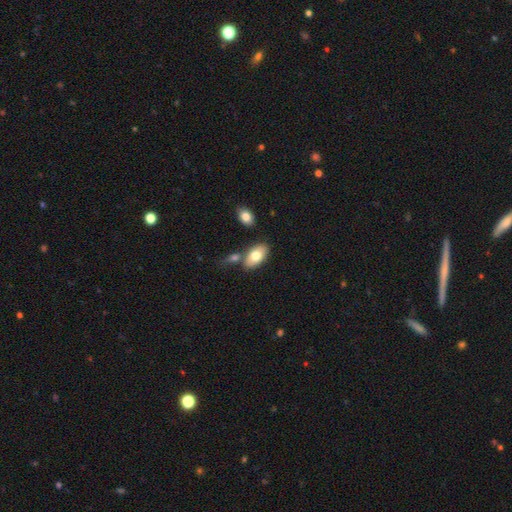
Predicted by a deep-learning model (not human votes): Smooth or featured: smooth — 75% (featured or disk — 19%)
How rounded: in between — 94% (round — 4%)
Merging: none — 66% (merger — 16%)